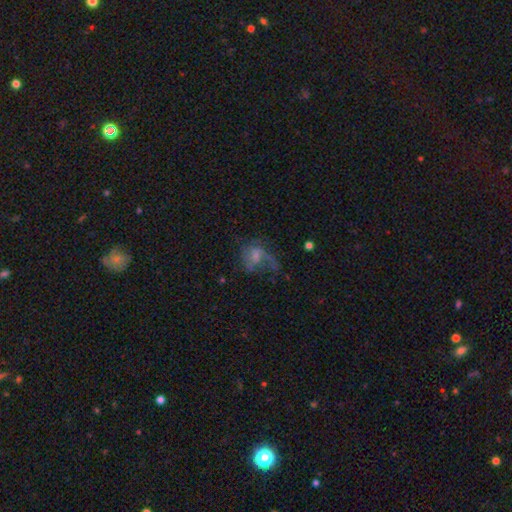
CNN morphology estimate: This appears to be a featured or disk galaxy (52%) with no bar (60%), spiral arms (61%) and a small central bulge (37%). Merging: major disturbance (46%).